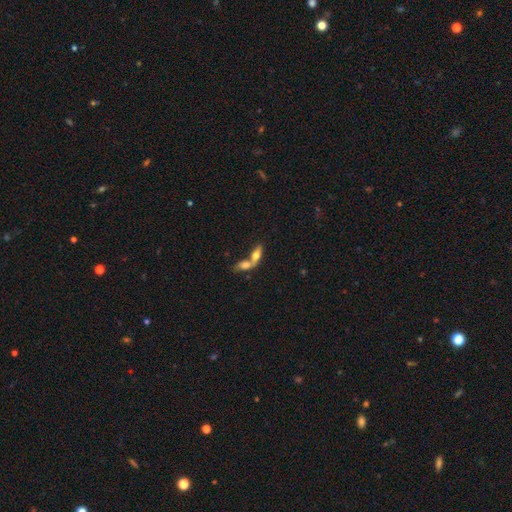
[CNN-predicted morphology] A smooth galaxy with no disk features (62%) that is in between round and cigar-shaped (70%).

Vote fractions:
- Smooth or featured? smooth: 62% / featured or disk: 30% / star or artifact: 8%
- How rounded? in between: 70% / cigar-shaped: 24% / round: 6%
- Merging? merger: 70% / none: 19% / minor disturbance: 6% / major disturbance: 4%